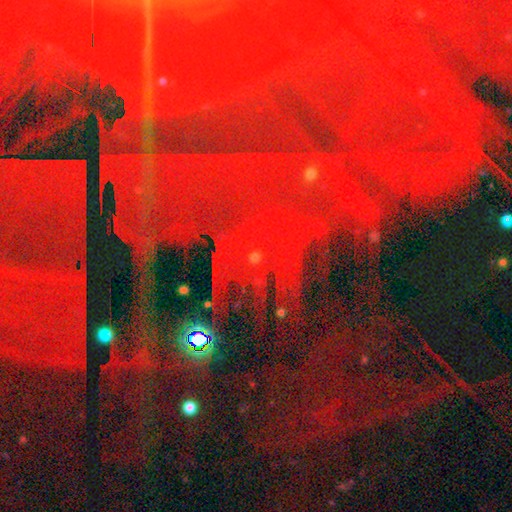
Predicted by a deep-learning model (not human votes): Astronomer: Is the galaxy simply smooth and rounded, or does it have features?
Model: star or artifact — 86%.